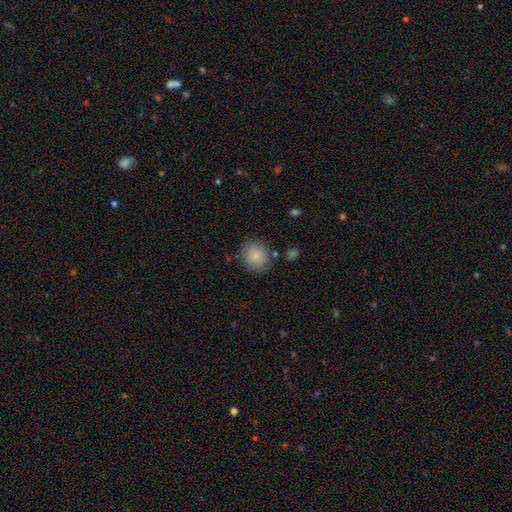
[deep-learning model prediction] smooth-or-featured: smooth: 86% | star or artifact: 8% | featured or disk: 6%
  how-rounded: round: 81% | in between: 18% | cigar-shaped: 1%
  merging: none: 82% | minor disturbance: 11% | major disturbance: 3% | merger: 3%